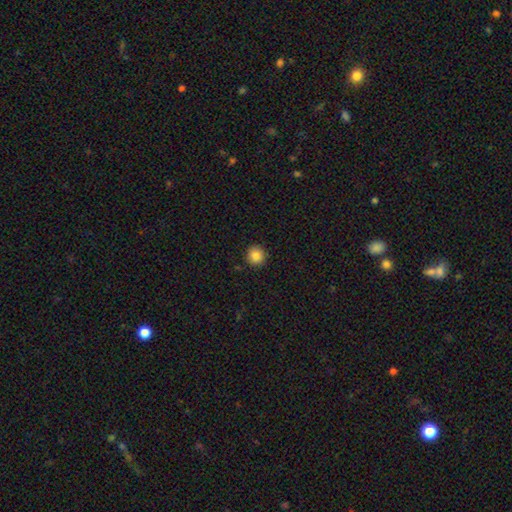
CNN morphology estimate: A smooth galaxy with no disk features (86%) that is round (93%). Merging: none (91%).